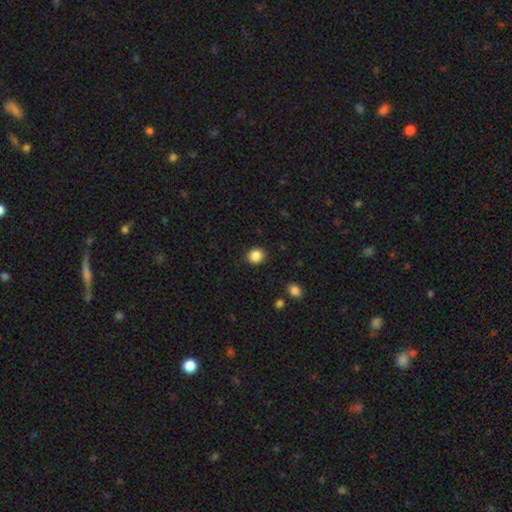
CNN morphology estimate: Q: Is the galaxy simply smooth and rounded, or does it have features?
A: smooth — 87%.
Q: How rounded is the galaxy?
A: round — 79%.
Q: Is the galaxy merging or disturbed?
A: none — 90%.